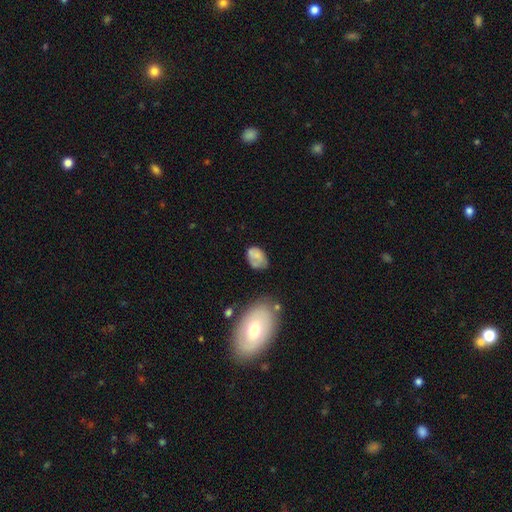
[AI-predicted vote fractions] This appears to be a smooth galaxy with no disk features (70%) that is in between round and cigar-shaped (81%). Merging: none (45%).